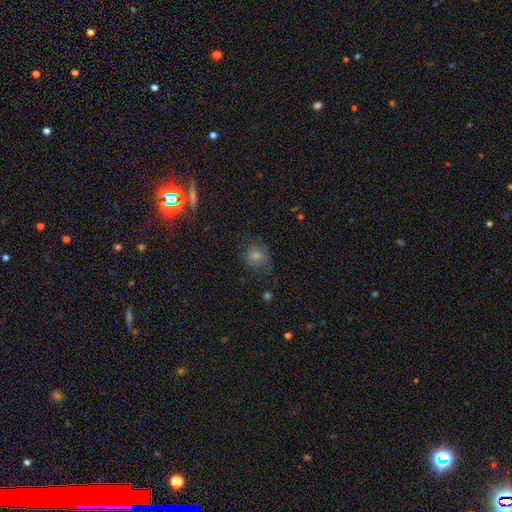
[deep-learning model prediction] smooth-or-featured: smooth: 42% | star or artifact: 34% | featured or disk: 25%
  merging: none: 72% | minor disturbance: 18% | major disturbance: 9% | merger: 2%